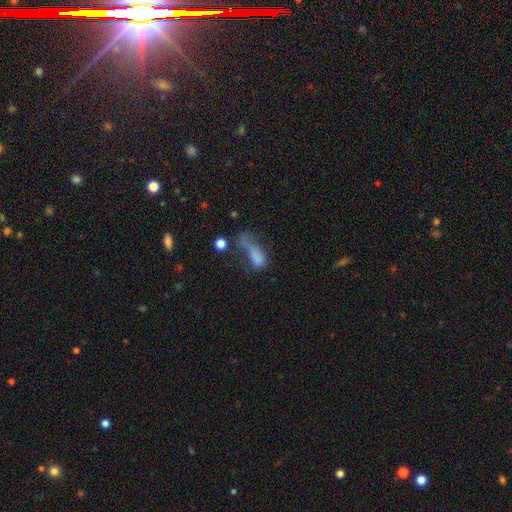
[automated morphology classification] smooth-or-featured: smooth: 63% | featured or disk: 22% | star or artifact: 15%
  how-rounded: in between: 64% | cigar-shaped: 27% | round: 9%
  merging: major disturbance: 50% | none: 19% | minor disturbance: 16% | merger: 15%